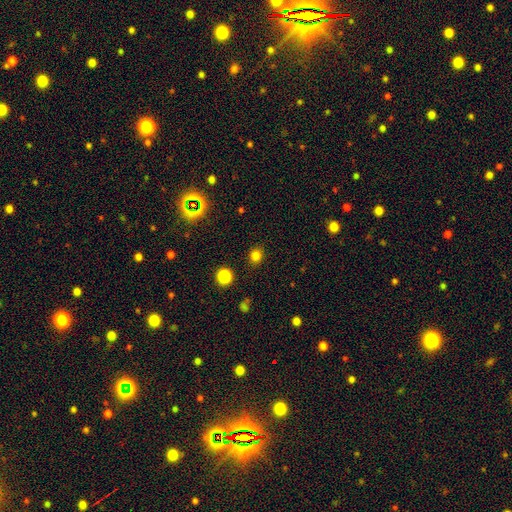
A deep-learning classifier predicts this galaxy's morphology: Smooth or featured? smooth (78%)
How rounded? round (76%)
Merging? none (88%)